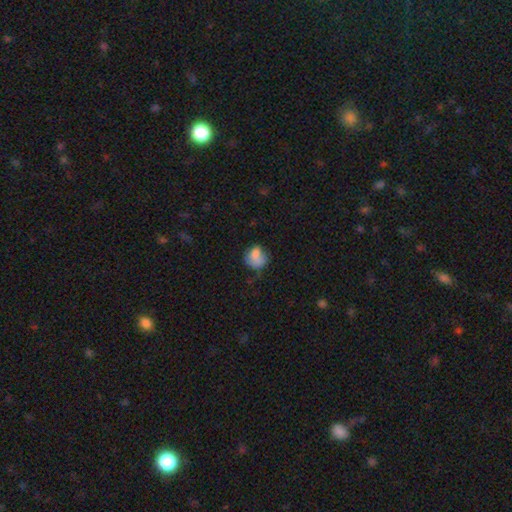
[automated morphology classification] type=smooth (74%); roundness=round (61%); merging=none (38%).